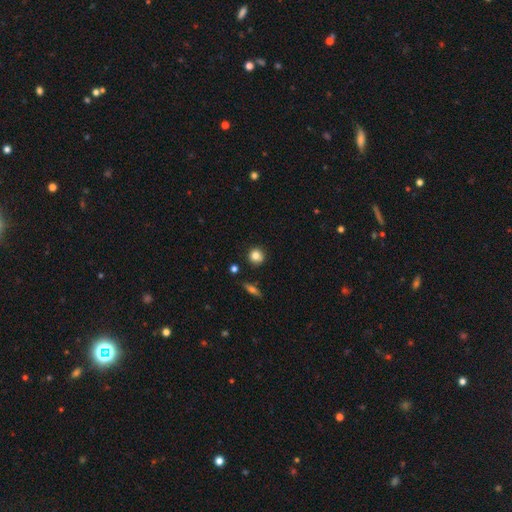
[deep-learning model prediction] smooth_or_featured: smooth (p=0.83) [alt: star or artifact p=0.10]
how_rounded: round (p=0.91) [alt: in between p=0.08]
merging: none (p=0.87) [alt: minor disturbance p=0.08]